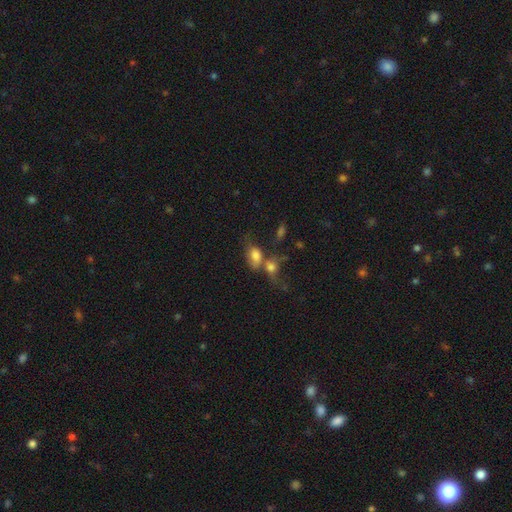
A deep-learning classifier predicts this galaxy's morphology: Overall: smooth (75%). How rounded: in between (78%). Merging: merger (55%; none 22%).